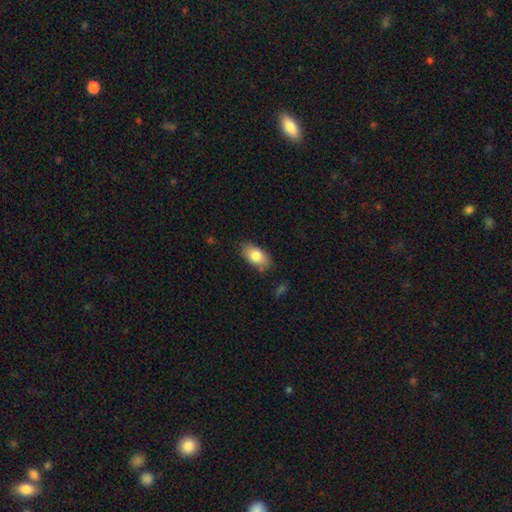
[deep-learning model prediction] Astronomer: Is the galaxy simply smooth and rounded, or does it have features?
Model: smooth — 82%.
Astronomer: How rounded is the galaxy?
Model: in between — 92%.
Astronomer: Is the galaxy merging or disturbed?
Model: none — 80%.